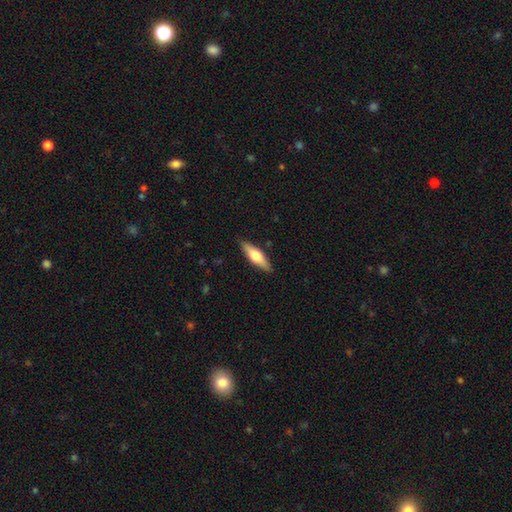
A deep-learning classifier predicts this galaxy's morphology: Smooth or featured? Predicted: smooth (p=0.58). How rounded? Predicted: cigar-shaped (p=0.58). Merging? Predicted: none (p=0.88).